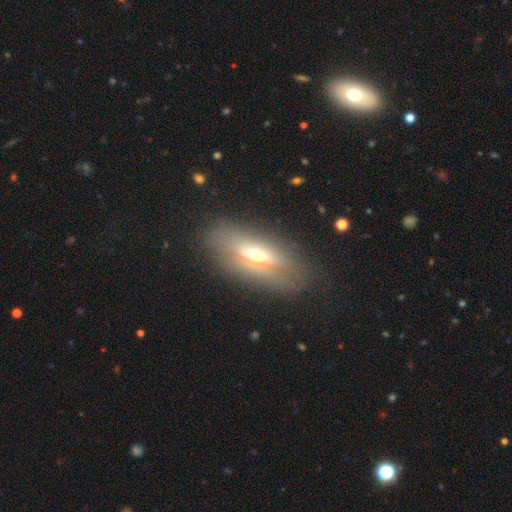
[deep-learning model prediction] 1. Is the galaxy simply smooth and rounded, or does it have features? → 58% featured or disk, 33% smooth, 9% star or artifact.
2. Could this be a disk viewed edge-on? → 67% yes, 33% no.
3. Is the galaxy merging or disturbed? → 76% none, 15% minor disturbance, 7% major disturbance, 2% merger.